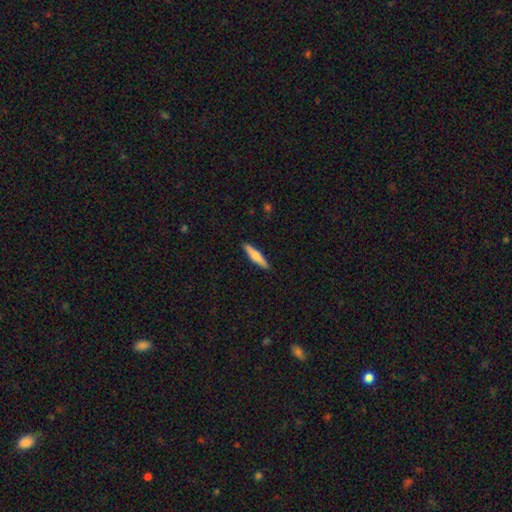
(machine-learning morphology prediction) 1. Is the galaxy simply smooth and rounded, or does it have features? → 65% smooth, 30% featured or disk, 5% star or artifact.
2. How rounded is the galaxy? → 87% cigar-shaped, 12% in between, 2% round.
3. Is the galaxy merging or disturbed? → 91% none, 7% minor disturbance, 1% major disturbance, 1% merger.